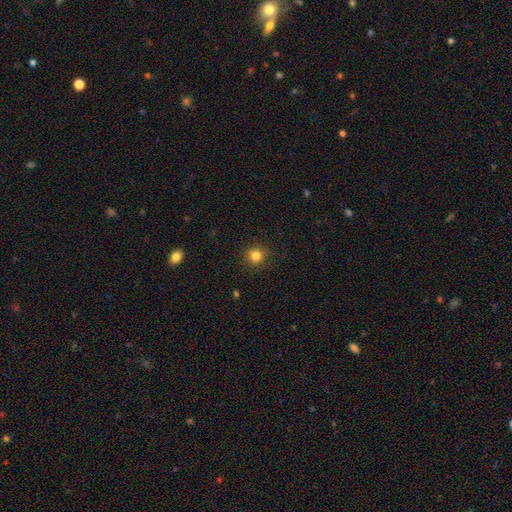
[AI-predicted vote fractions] This is clearly a smooth galaxy (82%). How rounded: clearly round (91%). Merging: clearly none (90%).